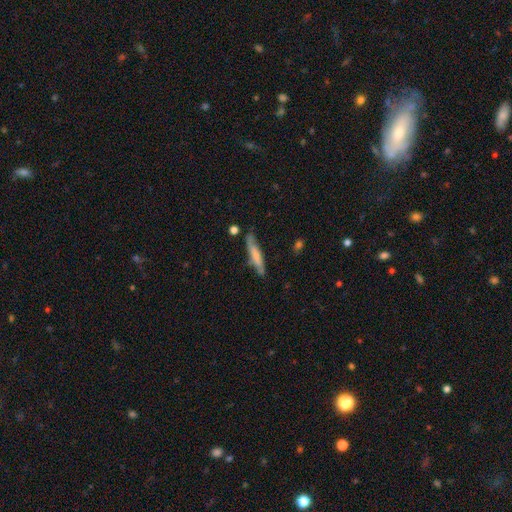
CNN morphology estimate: The model was most divided on "smooth or featured": smooth: 58%, featured or disk: 36%, star or artifact: 6%. More confident: how rounded — cigar-shaped (86%); merging — none (66%).